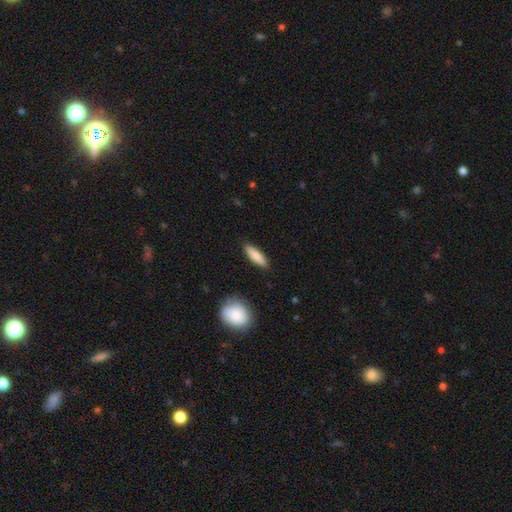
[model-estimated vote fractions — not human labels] This appears to be a smooth galaxy with no disk features (79%) that is cigar-shaped (58%). Merging: none (87%).